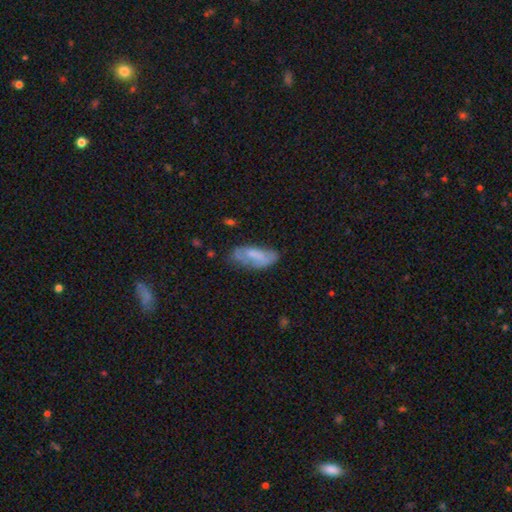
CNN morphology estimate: Smooth or featured? smooth (60%)
How rounded? in between (79%)
Merging? none (56%)